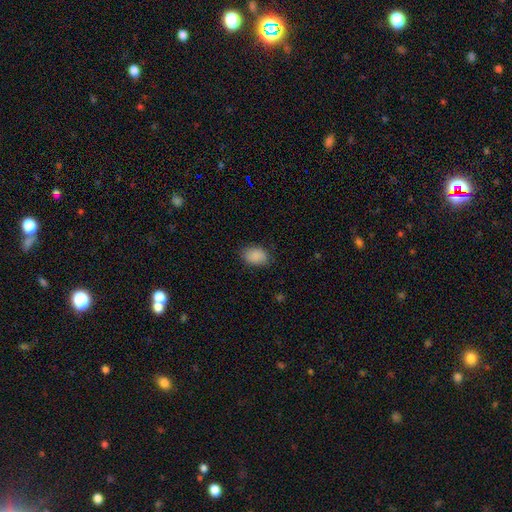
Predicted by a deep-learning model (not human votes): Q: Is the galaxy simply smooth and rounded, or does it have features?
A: smooth — 88%.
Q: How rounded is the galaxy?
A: in between — 80%.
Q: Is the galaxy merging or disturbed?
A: none — 80%.